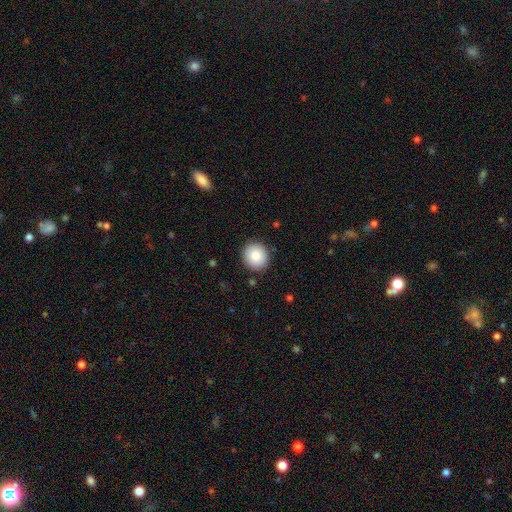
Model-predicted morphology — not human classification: Overall: smooth (81%). How rounded: round (92%). Merging: none (90%).